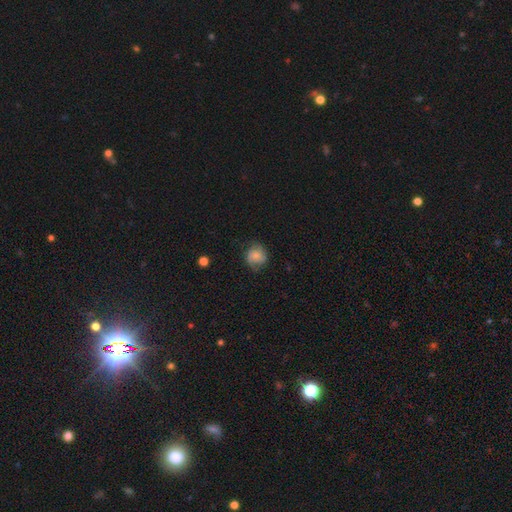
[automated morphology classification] Smooth or featured?
  - smooth: 58% *
  - featured or disk: 32%
  - star or artifact: 9%
How rounded?
  - round: 75% *
  - in between: 24%
  - cigar-shaped: 1%
Merging?
  - none: 67% *
  - minor disturbance: 23%
  - major disturbance: 9%
  - merger: 1%